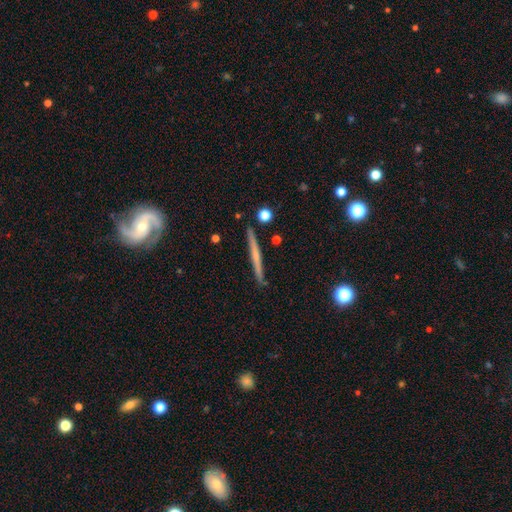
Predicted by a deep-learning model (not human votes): Overall: featured or disk (58%; smooth 35%). Edge-on disk: yes (97%). Edge-on bulge: none (69%). Merging: none (90%).